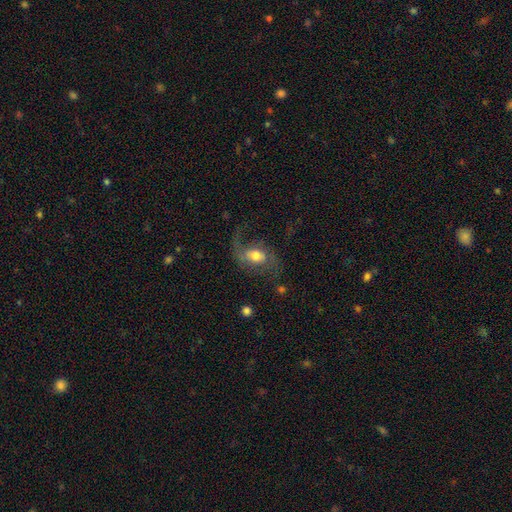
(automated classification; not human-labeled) smooth-or-featured: featured or disk: 73% | smooth: 20% | star or artifact: 7%
  disk-edge-on: no: 97% | yes: 3%
    bar: no: 46% | weak: 40% | strong: 14%
    has-spiral-arms: yes: 90% | no: 10%
      spiral-winding: loose: 60% | medium: 33% | tight: 7%
      spiral-arm-count: 2: 81% | 1: 12% | can't tell: 3% | 3: 1% | 4: 1% | more than 4: 1%
    bulge-size: moderate: 64% | large: 17% | small: 15% | dominant: 2% | none: 2%
  merging: none: 54% | major disturbance: 26% | minor disturbance: 17% | merger: 3%